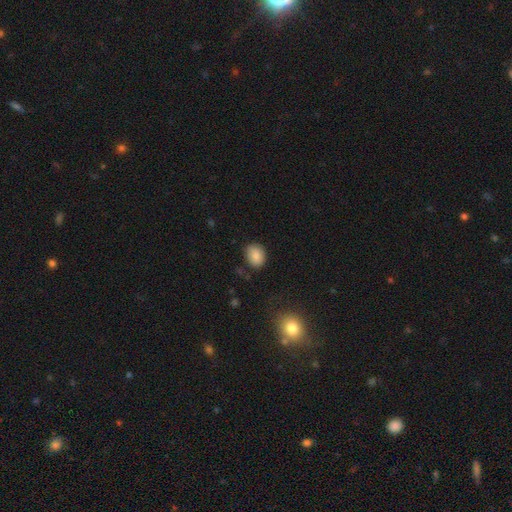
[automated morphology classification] Overall: smooth (86%). How rounded: in between (57%; round 42%). Merging: none (80%).